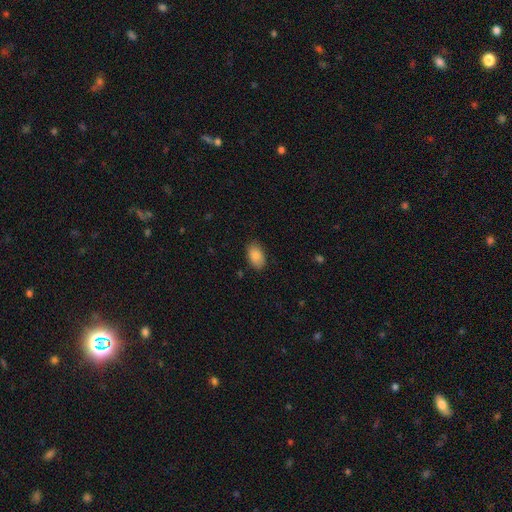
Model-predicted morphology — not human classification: A smooth galaxy with no disk features (86%) that is in between round and cigar-shaped (92%).

Vote fractions:
- Smooth or featured? smooth: 86% / featured or disk: 8% / star or artifact: 7%
- How rounded? in between: 92% / round: 6% / cigar-shaped: 1%
- Merging? none: 85% / minor disturbance: 12% / major disturbance: 2% / merger: 1%